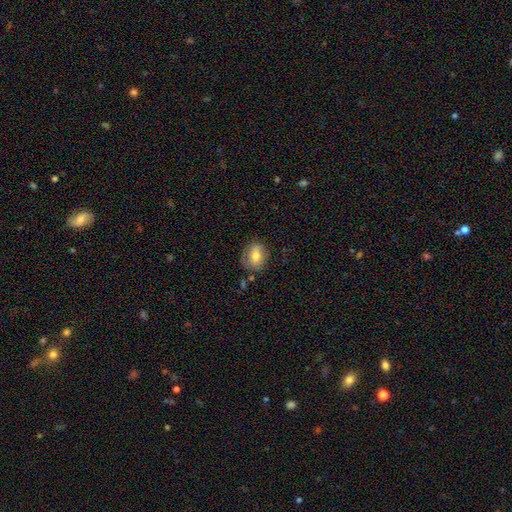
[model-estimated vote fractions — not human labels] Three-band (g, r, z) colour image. It shows a smooth galaxy with no disk features (72%) that is in between round and cigar-shaped (54%). Merging: none (74%).